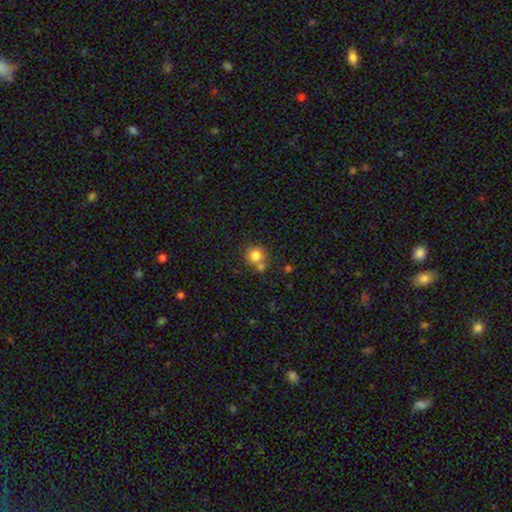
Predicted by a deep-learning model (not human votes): Q: Smooth or featured?
A: smooth (81%); runner-up: star or artifact (10%)
Q: How rounded?
A: round (87%); runner-up: in between (12%)
Q: Merging?
A: none (58%); runner-up: merger (26%)